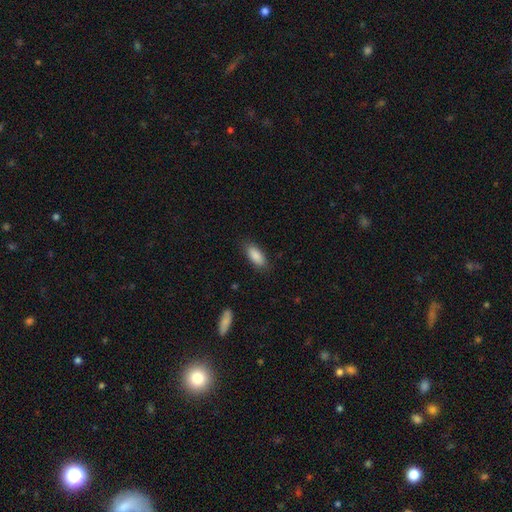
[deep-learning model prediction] Overall: smooth (88%). How rounded: in between (82%). Merging: none (85%).